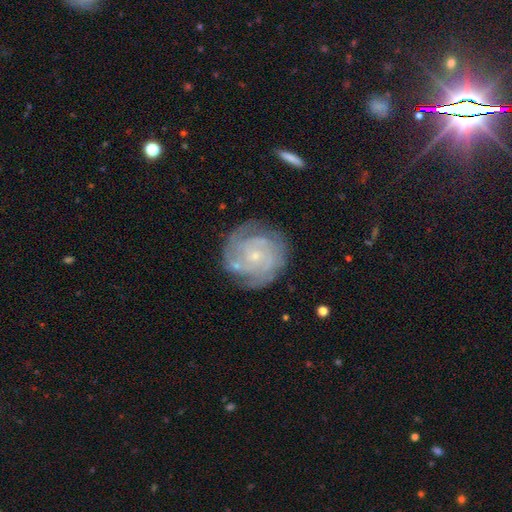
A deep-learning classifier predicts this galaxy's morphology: This is clearly a featured or disk galaxy (82%). It is clearly not viewed edge-on (98%). Bar: likely no (75%). Spiral arm pattern: clearly yes (94%). Spiral arm count: marginally can't tell (30%). Spiral winding: likely tight (72%). Central bulge: clearly small (81%). Merging: likely none (75%).